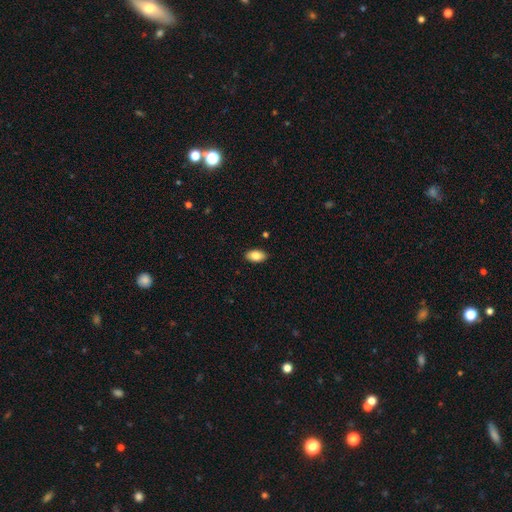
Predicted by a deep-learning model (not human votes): Overall: smooth (84%). How rounded: in between (93%). Merging: none (89%).